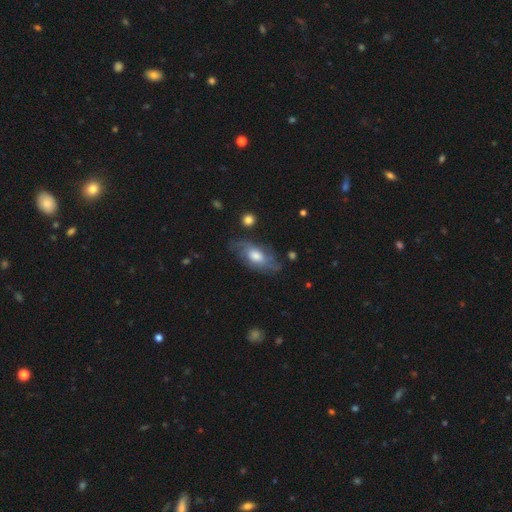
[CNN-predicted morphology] Smooth or featured? Predicted: featured or disk (p=0.62). Edge-on disk? Predicted: no (p=0.88). Bar? Predicted: no (p=0.71). Spiral arms? Predicted: yes (p=0.83). Bulge size? Predicted: moderate (p=0.52). Merging? Predicted: none (p=0.66).